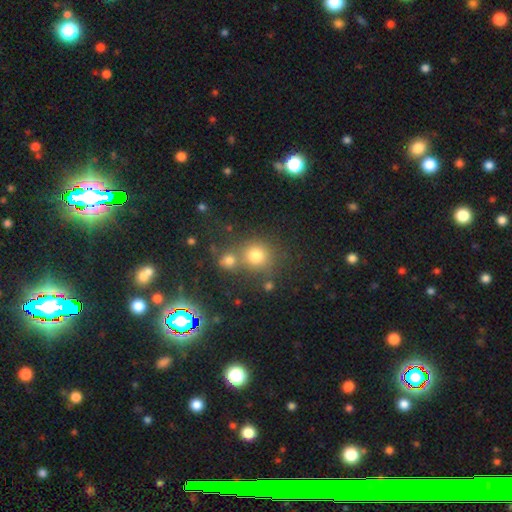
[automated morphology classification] type=smooth (75%); roundness=round (87%); merging=none (54%).